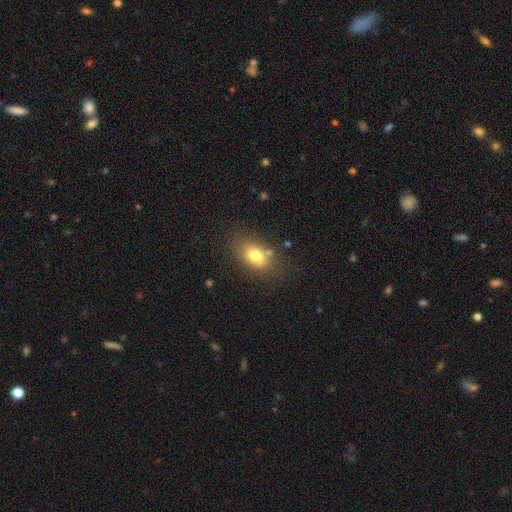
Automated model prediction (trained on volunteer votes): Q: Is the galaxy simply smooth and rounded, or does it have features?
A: smooth — 76%.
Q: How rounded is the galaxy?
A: in between — 79%.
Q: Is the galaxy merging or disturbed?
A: none — 71%.